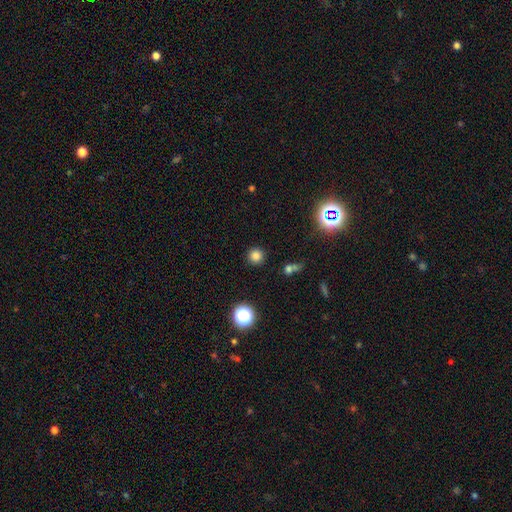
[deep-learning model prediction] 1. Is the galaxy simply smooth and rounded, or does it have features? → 79% smooth, 16% star or artifact, 5% featured or disk.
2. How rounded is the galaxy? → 94% round, 5% in between, 1% cigar-shaped.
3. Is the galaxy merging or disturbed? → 88% none, 6% minor disturbance, 3% merger, 2% major disturbance.